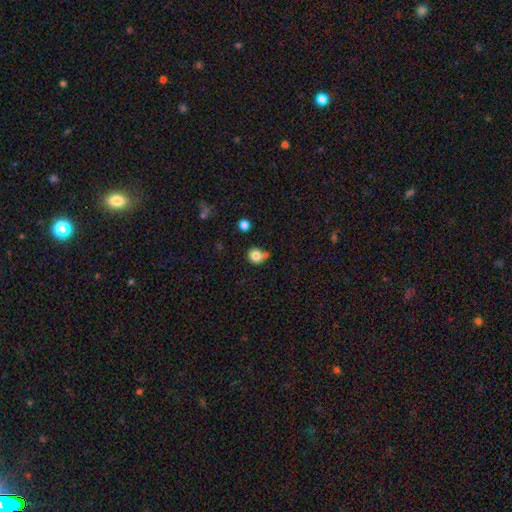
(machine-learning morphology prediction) A smooth galaxy with no disk features (79%) that is round (82%). Merging: none (47%).